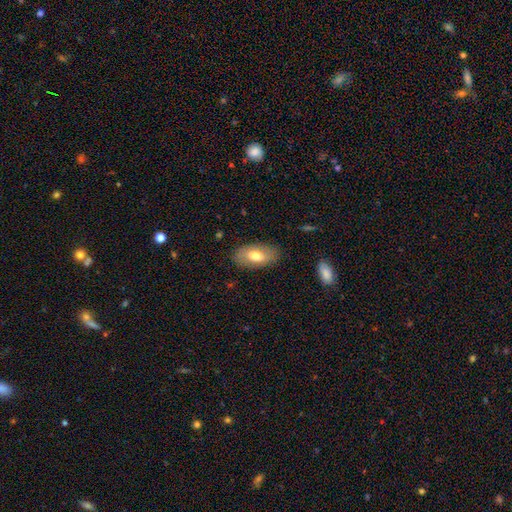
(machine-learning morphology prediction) type=smooth (68%); roundness=in between (93%); merging=none (84%).